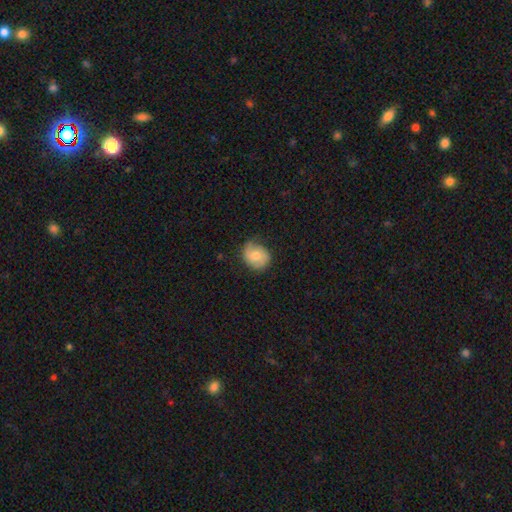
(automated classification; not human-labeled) Smooth or featured?
  - smooth: 65% *
  - featured or disk: 27%
  - star or artifact: 7%
How rounded?
  - round: 60% *
  - in between: 39%
  - cigar-shaped: 1%
Merging?
  - none: 67% *
  - minor disturbance: 26%
  - major disturbance: 6%
  - merger: 1%